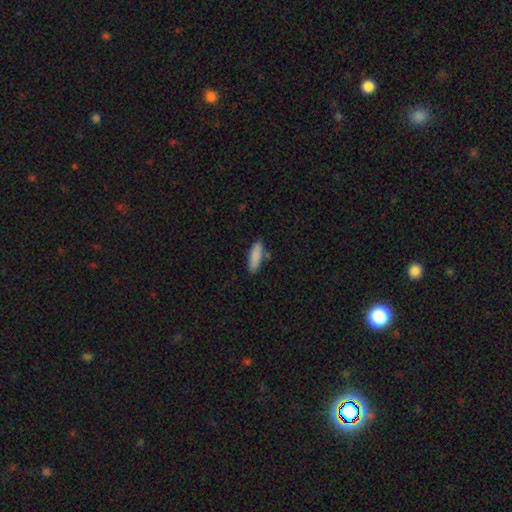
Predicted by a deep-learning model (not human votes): This appears to be a smooth galaxy with no disk features (87%) that is cigar-shaped (50%). Merging: none (81%).